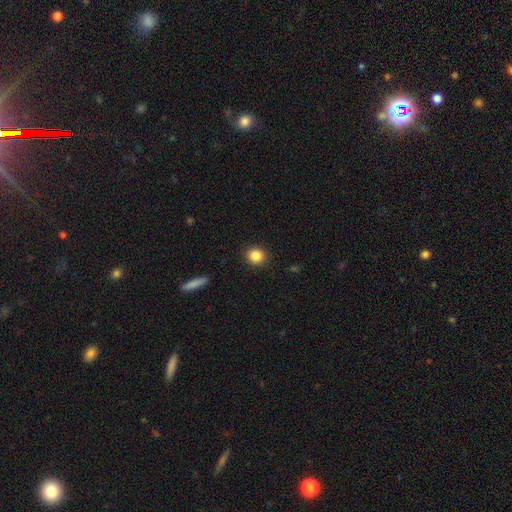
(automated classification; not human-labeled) smooth-or-featured: smooth: 86% | star or artifact: 10% | featured or disk: 4%
  how-rounded: round: 86% | in between: 12% | cigar-shaped: 1%
  merging: none: 90% | minor disturbance: 7% | major disturbance: 2% | merger: 1%